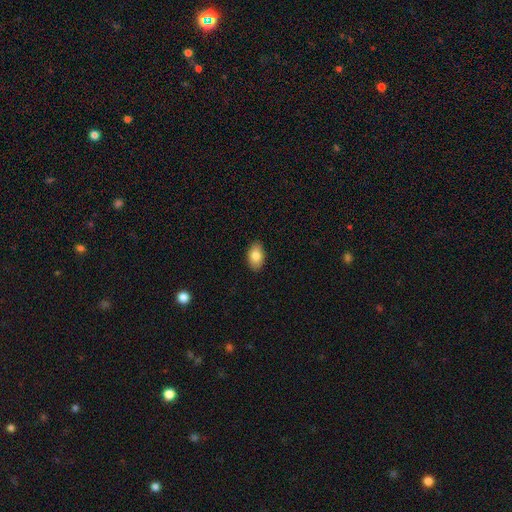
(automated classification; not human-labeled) smooth-or-featured: smooth: 84% | featured or disk: 9% | star or artifact: 7%
  how-rounded: in between: 92% | round: 7% | cigar-shaped: 1%
  merging: none: 89% | minor disturbance: 8% | major disturbance: 2% | merger: 1%